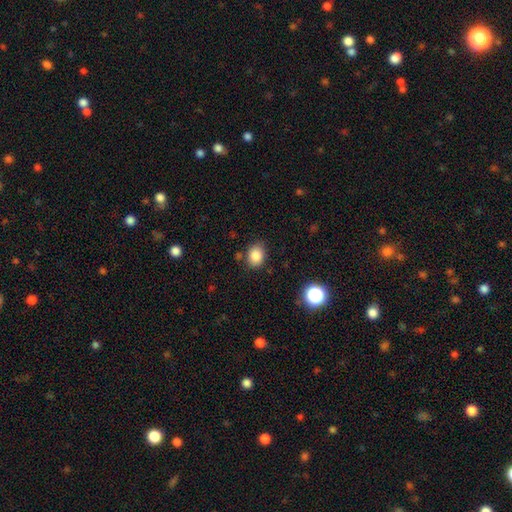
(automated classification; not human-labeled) smooth-or-featured: smooth: 84% | star or artifact: 11% | featured or disk: 5%
  how-rounded: in between: 54% | round: 45% | cigar-shaped: 1%
  merging: none: 80% | minor disturbance: 14% | major disturbance: 3% | merger: 3%